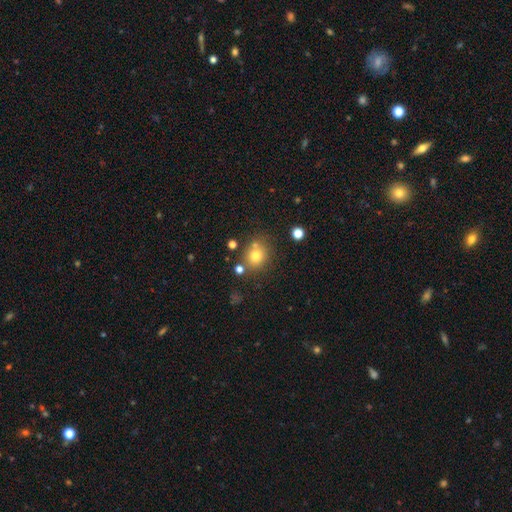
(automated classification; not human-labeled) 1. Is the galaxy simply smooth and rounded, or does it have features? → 76% smooth, 14% star or artifact, 10% featured or disk.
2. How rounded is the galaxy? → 76% round, 23% in between, 1% cigar-shaped.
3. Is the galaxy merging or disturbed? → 70% none, 13% minor disturbance, 13% merger, 5% major disturbance.